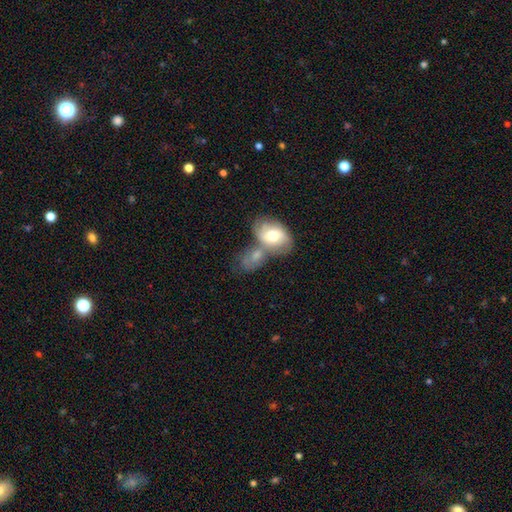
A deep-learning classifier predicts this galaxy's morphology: A smooth galaxy with no disk features (48%).

Vote fractions:
- Smooth or featured? smooth: 48% / featured or disk: 41% / star or artifact: 10%
- Merging? merger: 52% / none: 29% / minor disturbance: 12% / major disturbance: 7%